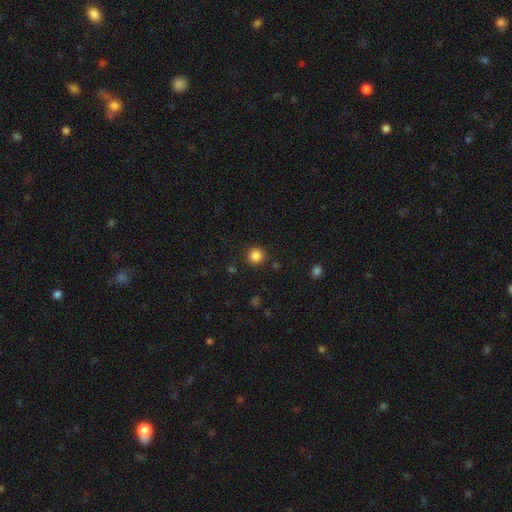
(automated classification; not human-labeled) Smooth or featured: smooth — 85% (star or artifact — 12%)
How rounded: round — 94% (in between — 5%)
Merging: none — 90% (minor disturbance — 6%)